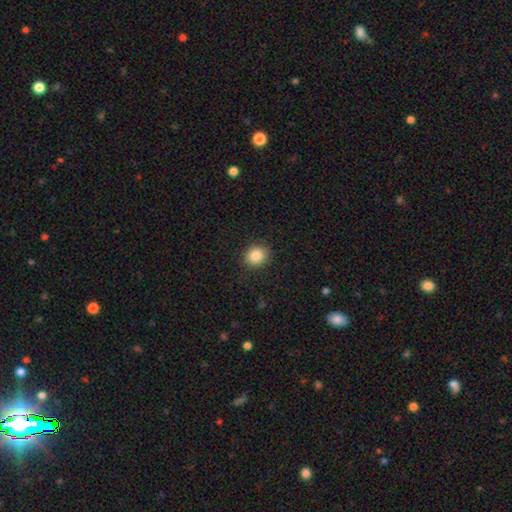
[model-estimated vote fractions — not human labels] Overall: smooth (85%). How rounded: round (81%). Merging: none (89%).